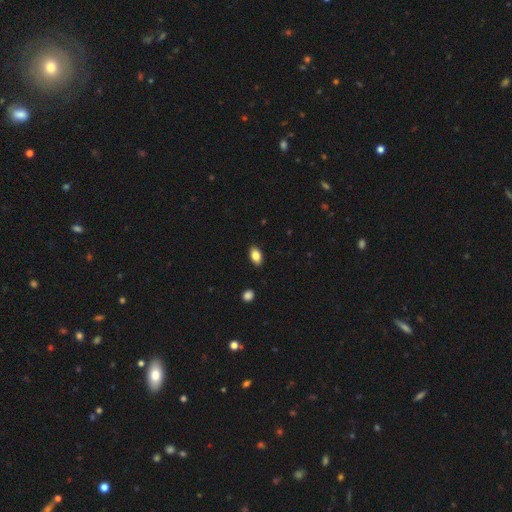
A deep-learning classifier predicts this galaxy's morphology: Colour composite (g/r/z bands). It shows a smooth galaxy with no disk features (83%) that is in between round and cigar-shaped (90%). Merging: none (88%).